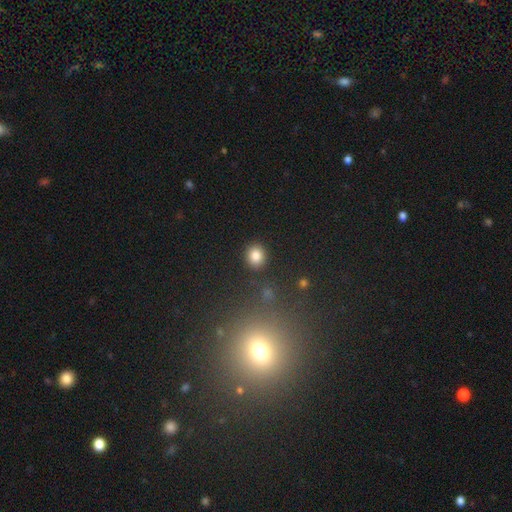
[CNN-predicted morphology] The model was most divided on "how rounded": round: 79%, in between: 20%, cigar-shaped: 1%. More confident: merging — none (89%); smooth or featured — smooth (84%).